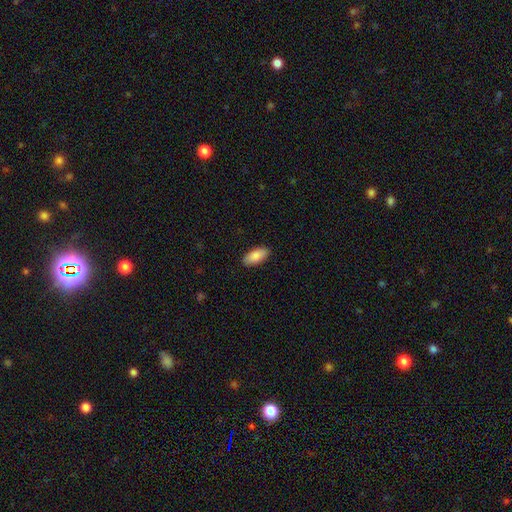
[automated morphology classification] smooth 88%, featured or disk 6%, star or artifact 6%. Down the decision tree: how rounded — in between (89%); merging — none (89%).